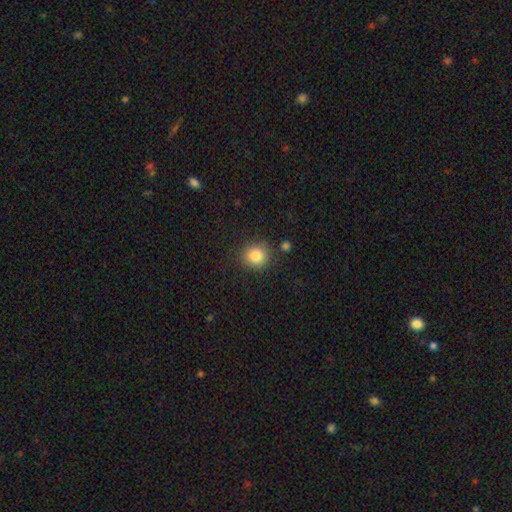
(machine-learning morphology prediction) Q: Smooth or featured?
A: smooth (84%); runner-up: star or artifact (10%)
Q: How rounded?
A: round (85%); runner-up: in between (14%)
Q: Merging?
A: none (85%); runner-up: minor disturbance (9%)